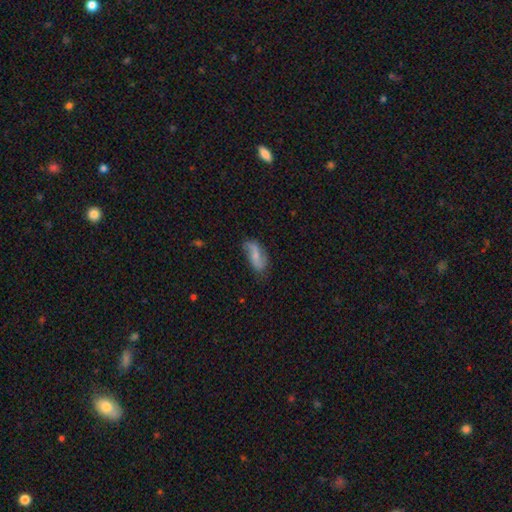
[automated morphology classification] type=featured or disk (54%); edge-on=no (94%); bar=no (42%); spiral arms=yes (88%); bulge=small (45%); merging=none (65%).